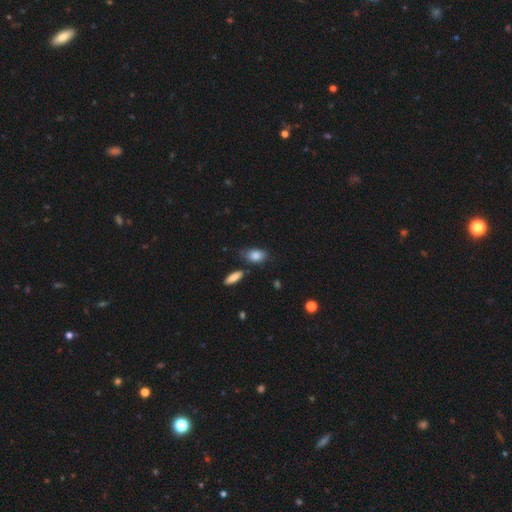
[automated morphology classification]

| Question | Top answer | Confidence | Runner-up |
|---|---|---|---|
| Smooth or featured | smooth | 84% | star or artifact (8%) |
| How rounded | in between | 83% | round (13%) |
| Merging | none | 63% | minor disturbance (24%) |